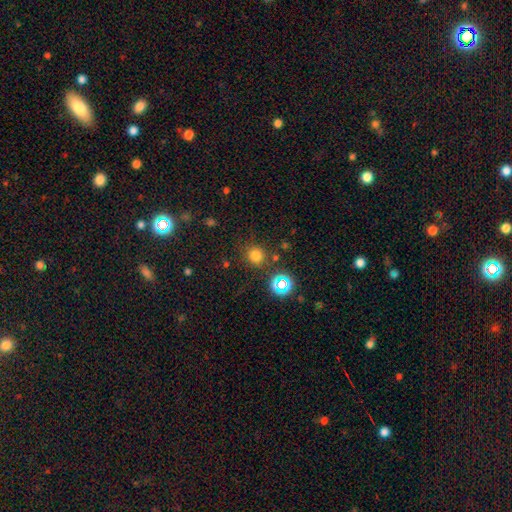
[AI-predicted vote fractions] The model was most divided on "smooth or featured": smooth: 73%, star or artifact: 21%, featured or disk: 6%. More confident: how rounded — round (90%); merging — none (81%).